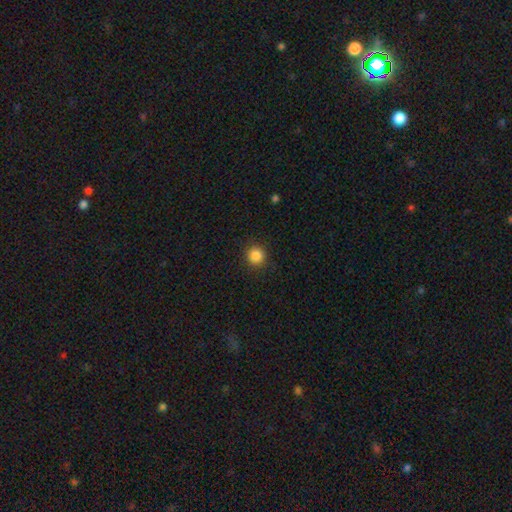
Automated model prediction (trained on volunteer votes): A smooth galaxy with no disk features (86%) that is round (94%).

Vote fractions:
- Smooth or featured? smooth: 86% / star or artifact: 11% / featured or disk: 3%
- How rounded? round: 94% / in between: 5% / cigar-shaped: 1%
- Merging? none: 91% / minor disturbance: 6% / major disturbance: 2% / merger: 1%